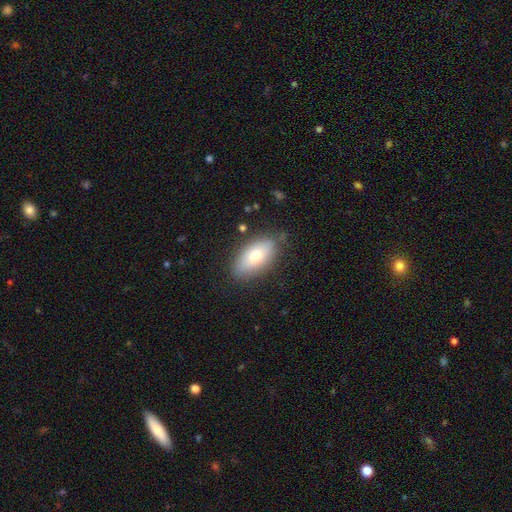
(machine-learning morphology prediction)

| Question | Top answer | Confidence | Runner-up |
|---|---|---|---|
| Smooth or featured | smooth | 70% | featured or disk (22%) |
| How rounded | in between | 91% | cigar-shaped (5%) |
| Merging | none | 81% | minor disturbance (14%) |